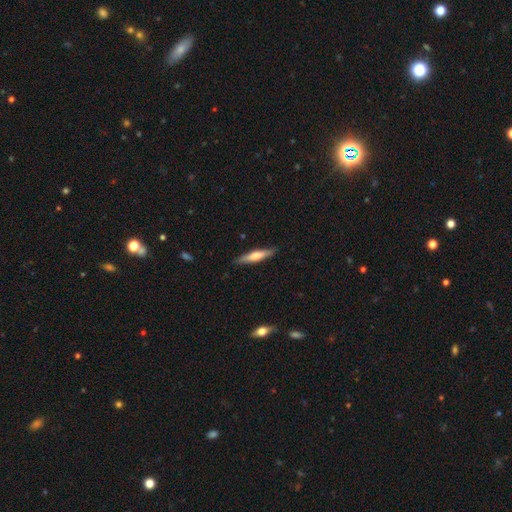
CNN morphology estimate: Overall: smooth (50%; featured or disk 45%). Merging: none (88%).